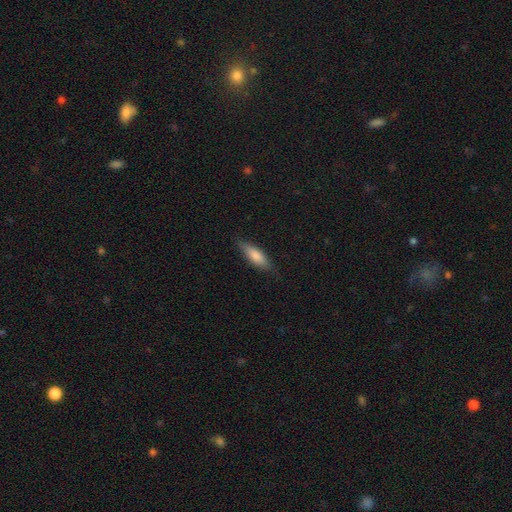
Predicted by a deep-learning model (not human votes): A smooth galaxy with no disk features (79%) that is in between round and cigar-shaped (52%). Merging: none (80%).